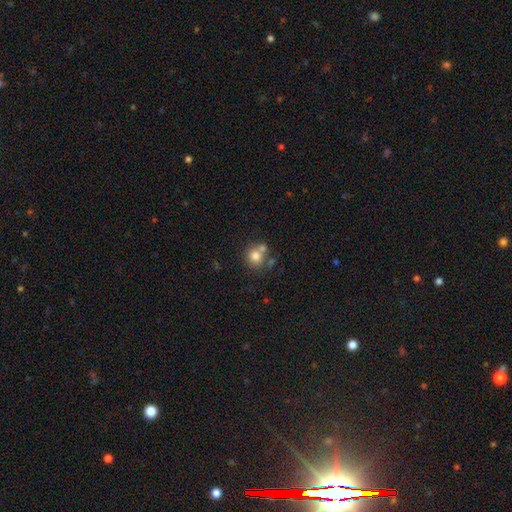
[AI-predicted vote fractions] Smooth or featured?
  - smooth: 77% *
  - featured or disk: 12%
  - star or artifact: 11%
How rounded?
  - round: 86% *
  - in between: 13%
  - cigar-shaped: 1%
Merging?
  - none: 53% *
  - merger: 32%
  - minor disturbance: 11%
  - major disturbance: 4%